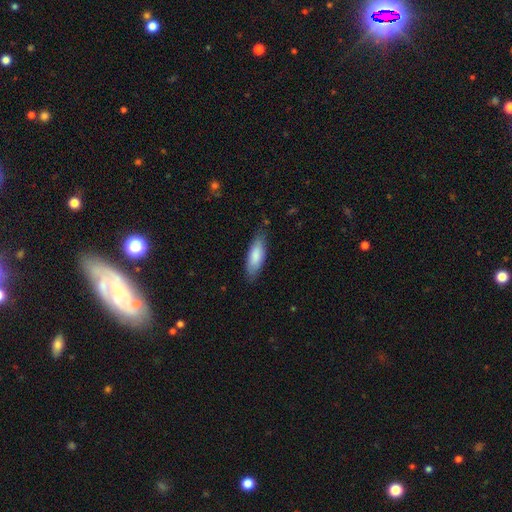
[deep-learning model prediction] smooth-or-featured: smooth: 83% | featured or disk: 12% | star or artifact: 5%
  how-rounded: in between: 67% | cigar-shaped: 32% | round: 1%
  merging: none: 77% | minor disturbance: 19% | major disturbance: 3% | merger: 1%